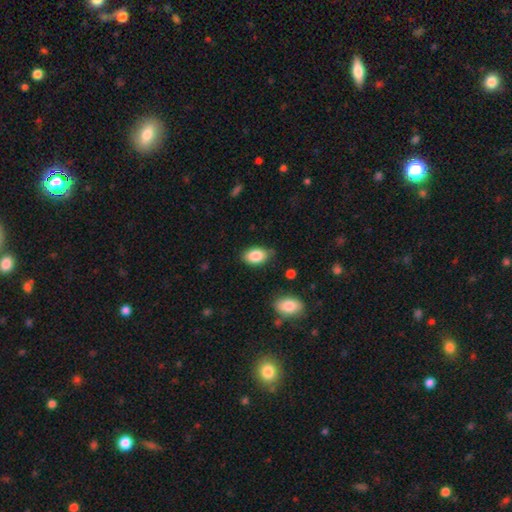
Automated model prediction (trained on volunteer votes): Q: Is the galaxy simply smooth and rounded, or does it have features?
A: smooth — 86%.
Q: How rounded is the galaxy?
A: in between — 90%.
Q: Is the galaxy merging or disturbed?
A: none — 77%.